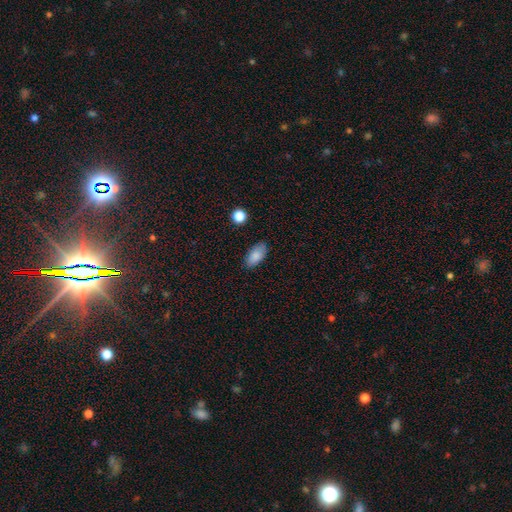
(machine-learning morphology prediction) Smooth or featured? Predicted: smooth (p=0.85). How rounded? Predicted: in between (p=0.91). Merging? Predicted: none (p=0.83).